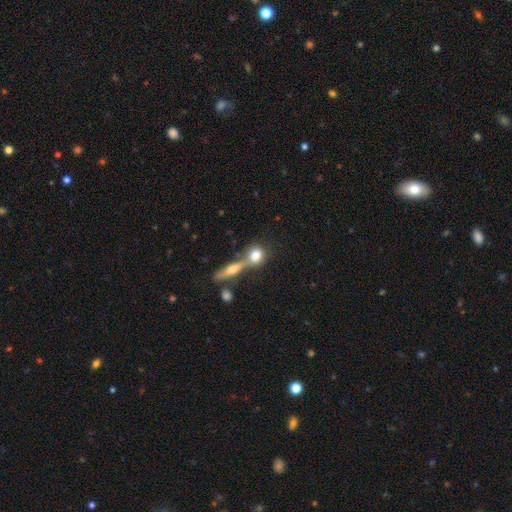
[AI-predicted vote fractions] Overall: smooth (74%). How rounded: round (66%). Merging: none (43%; merger 42%).